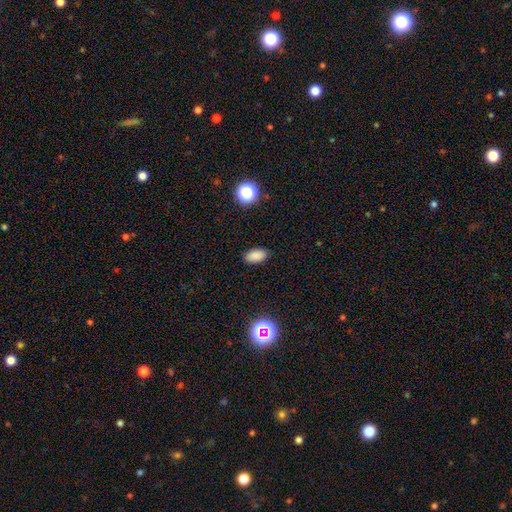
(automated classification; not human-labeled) Overall: smooth (85%). How rounded: in between (92%). Merging: none (88%).